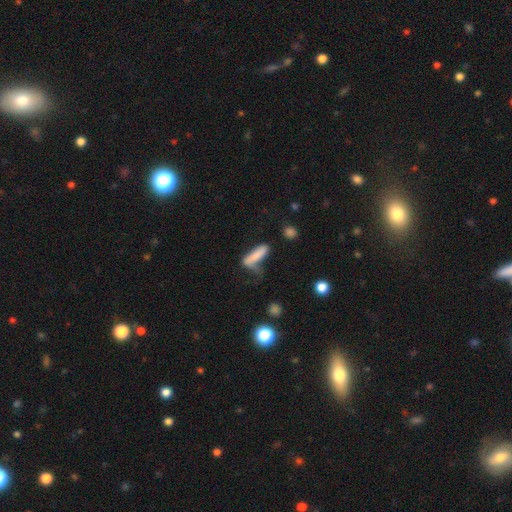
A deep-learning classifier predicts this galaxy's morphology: This is likely a smooth galaxy (73%). How rounded: likely cigar-shaped (62%). Merging: marginally major disturbance (32%).